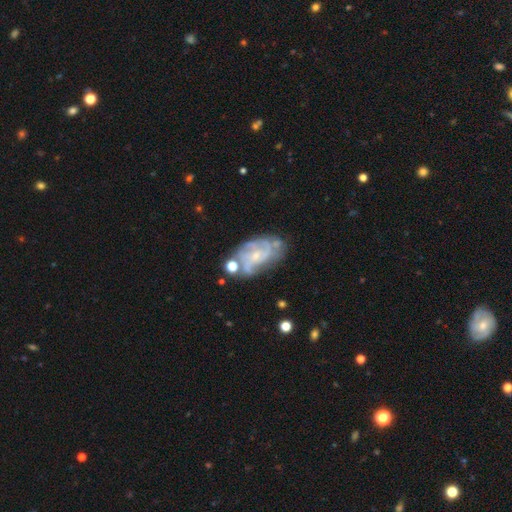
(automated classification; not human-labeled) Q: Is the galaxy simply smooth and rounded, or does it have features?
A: featured or disk — 79%.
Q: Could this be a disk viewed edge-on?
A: no — 96%.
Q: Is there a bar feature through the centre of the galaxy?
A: no — 65%.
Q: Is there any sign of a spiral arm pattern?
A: yes — 89%.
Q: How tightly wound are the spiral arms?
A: tight — 46%.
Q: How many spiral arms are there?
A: can't tell — 35%.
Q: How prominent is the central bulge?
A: small — 71%.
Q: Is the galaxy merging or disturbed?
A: none — 59%.